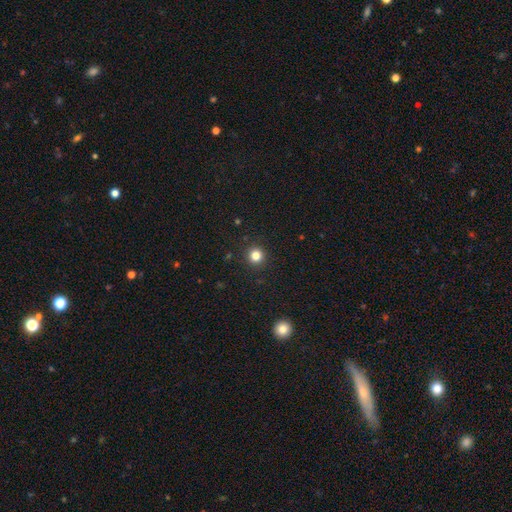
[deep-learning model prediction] A smooth galaxy with no disk features (82%) that is round (95%). Merging: none (93%).